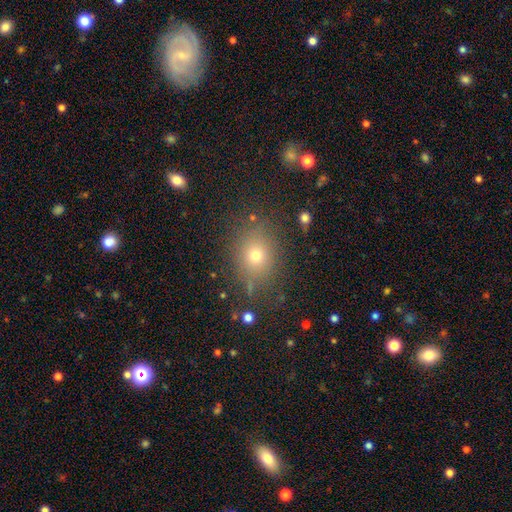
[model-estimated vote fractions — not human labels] Overall: smooth (70%). How rounded: round (58%; in between 41%). Merging: none (80%).